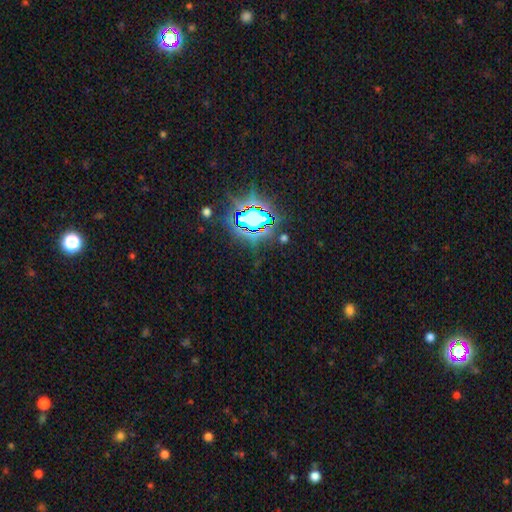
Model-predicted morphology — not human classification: A star or artifact, not a galaxy (80%).